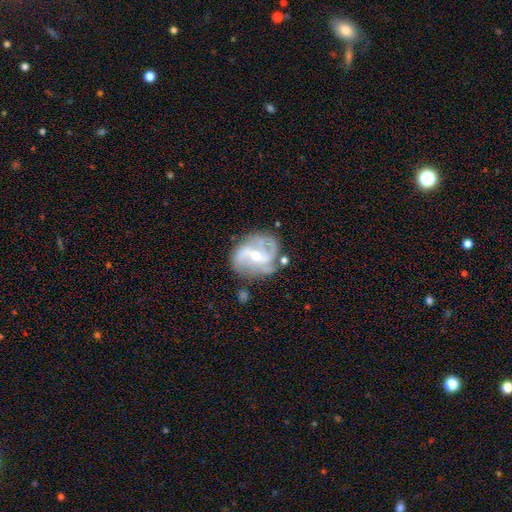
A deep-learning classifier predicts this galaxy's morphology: Smooth or featured? Predicted: featured or disk (p=0.86). Edge-on disk? Predicted: no (p=0.98). Bar? Predicted: weak (p=0.41). Spiral arms? Predicted: yes (p=0.95). Spiral winding? Predicted: medium (p=0.47). Spiral arm count? Predicted: 2 (p=0.53). Bulge size? Predicted: moderate (p=0.56). Merging? Predicted: none (p=0.67).